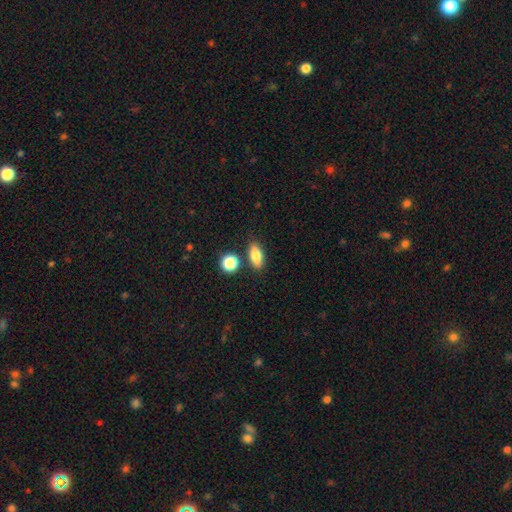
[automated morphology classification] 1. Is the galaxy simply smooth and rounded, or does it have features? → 79% smooth, 12% featured or disk, 9% star or artifact.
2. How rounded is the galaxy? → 76% in between, 15% cigar-shaped, 9% round.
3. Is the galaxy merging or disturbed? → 82% none, 10% minor disturbance, 6% merger, 3% major disturbance.